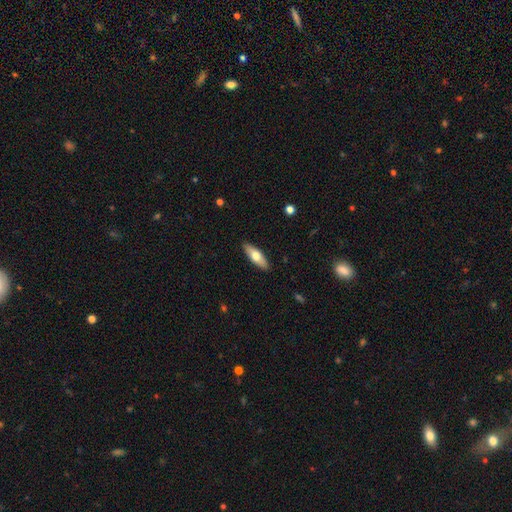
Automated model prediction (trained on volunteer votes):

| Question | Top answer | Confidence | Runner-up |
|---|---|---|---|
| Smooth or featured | smooth | 62% | featured or disk (33%) |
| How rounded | in between | 57% | cigar-shaped (40%) |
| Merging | none | 90% | minor disturbance (7%) |